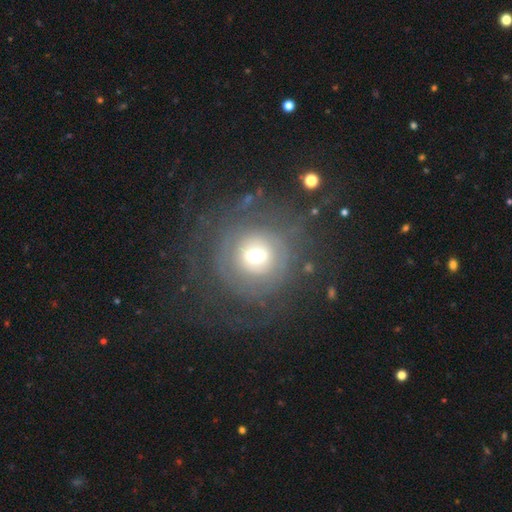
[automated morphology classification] This appears to be a featured or disk galaxy (53%) with no bar (66%), spiral arms (54%) and a moderate central bulge (58%). Merging: none (65%).